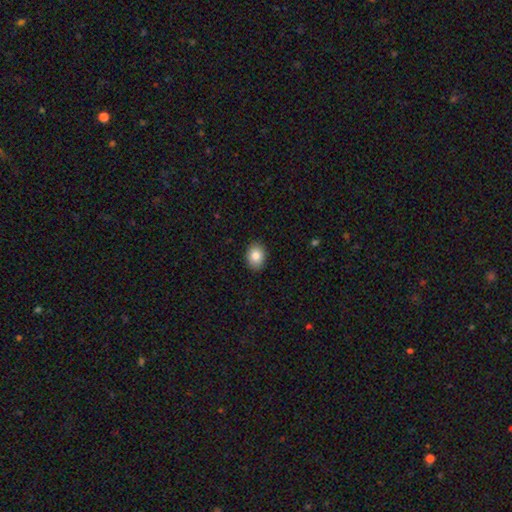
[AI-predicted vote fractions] smooth_or_featured: smooth (p=0.84) [alt: star or artifact p=0.08]
how_rounded: in between (p=0.61) [alt: round p=0.38]
merging: none (p=0.90) [alt: minor disturbance p=0.07]